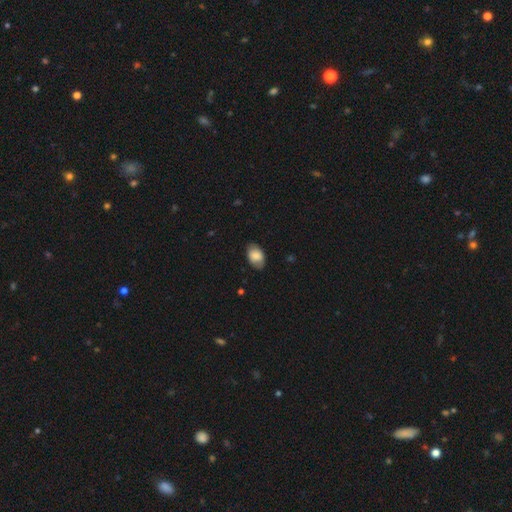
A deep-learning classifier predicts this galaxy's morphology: Smooth or featured?
  - smooth: 80% *
  - featured or disk: 13%
  - star or artifact: 7%
How rounded?
  - in between: 90% *
  - round: 9%
  - cigar-shaped: 1%
Merging?
  - none: 80% *
  - minor disturbance: 16%
  - major disturbance: 3%
  - merger: 1%